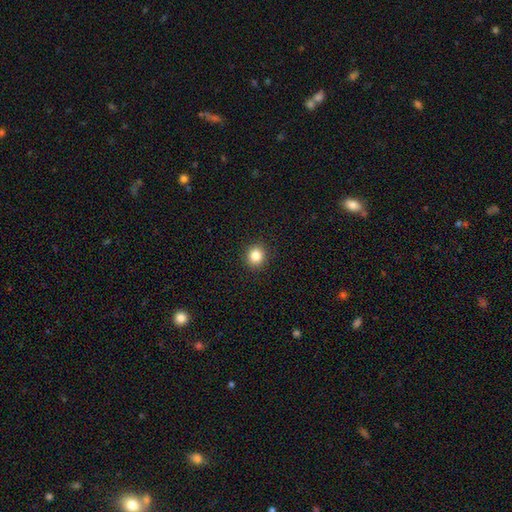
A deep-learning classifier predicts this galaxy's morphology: This is clearly a smooth galaxy (84%). How rounded: clearly round (85%). Merging: clearly none (91%).